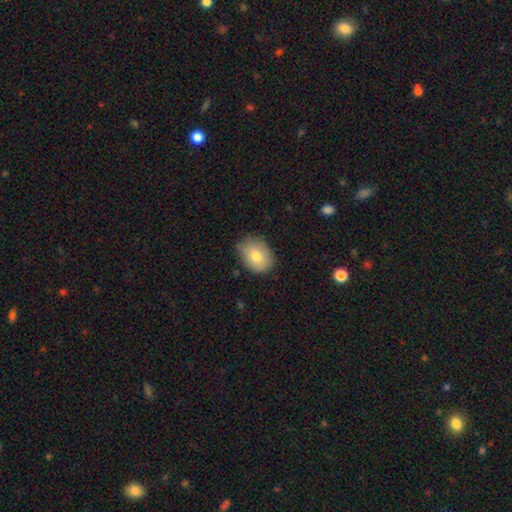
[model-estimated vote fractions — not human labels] smooth_or_featured: smooth (p=0.77) [alt: featured or disk p=0.14]
how_rounded: in between (p=0.59) [alt: round p=0.40]
merging: none (p=0.71) [alt: minor disturbance p=0.23]